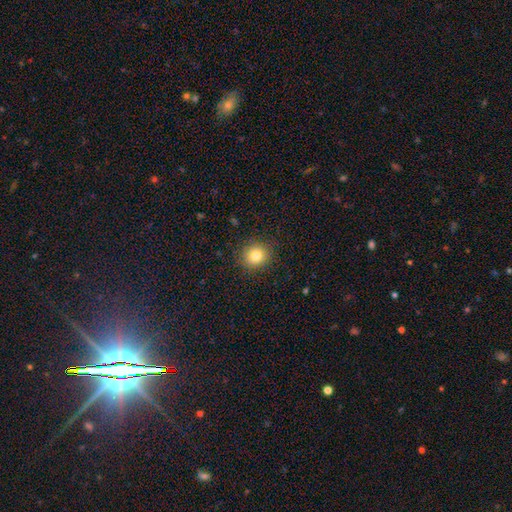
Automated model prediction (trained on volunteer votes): Smooth or featured: smooth — 81% (star or artifact — 12%)
How rounded: round — 87% (in between — 12%)
Merging: none — 89% (minor disturbance — 7%)